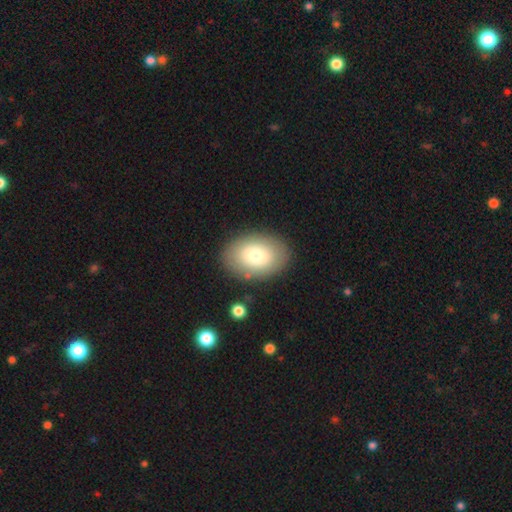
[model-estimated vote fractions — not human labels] The model was most divided on "smooth or featured": smooth: 74%, featured or disk: 19%, star or artifact: 7%. More confident: merging — none (85%); how rounded — in between (81%).